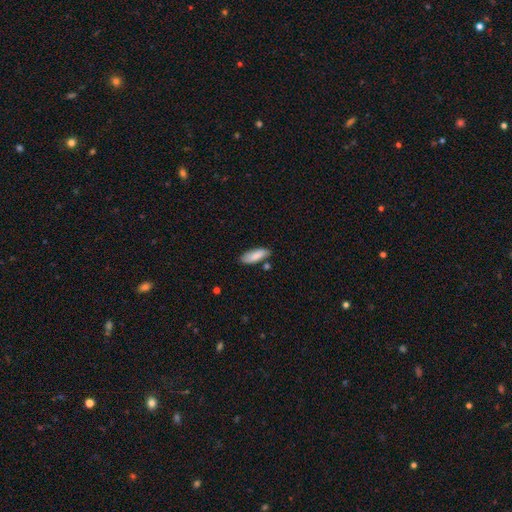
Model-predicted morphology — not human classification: This is clearly a smooth galaxy (82%). How rounded: likely in between (71%). Merging: likely none (72%).